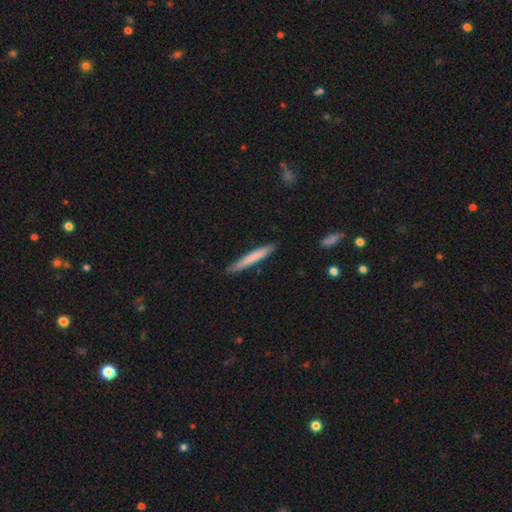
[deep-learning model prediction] This is likely a smooth galaxy (72%). How rounded: clearly cigar-shaped (96%). Merging: clearly none (88%).